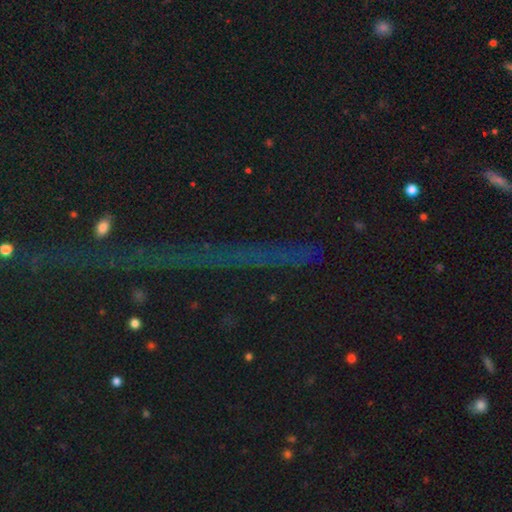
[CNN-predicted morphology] Smooth or featured? Predicted: star or artifact (p=0.74).